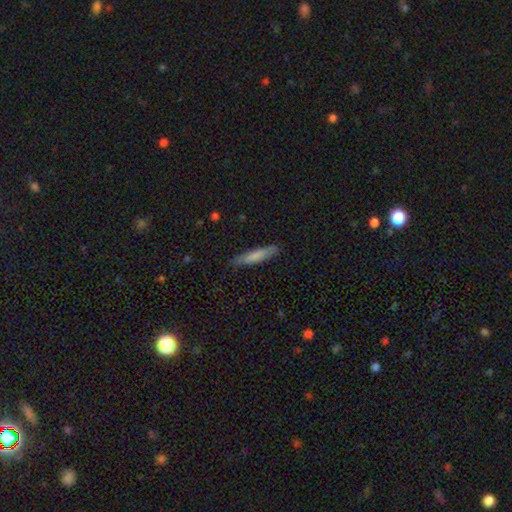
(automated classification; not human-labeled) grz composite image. It shows a smooth galaxy with no disk features (74%) that is cigar-shaped (88%). Merging: none (84%).